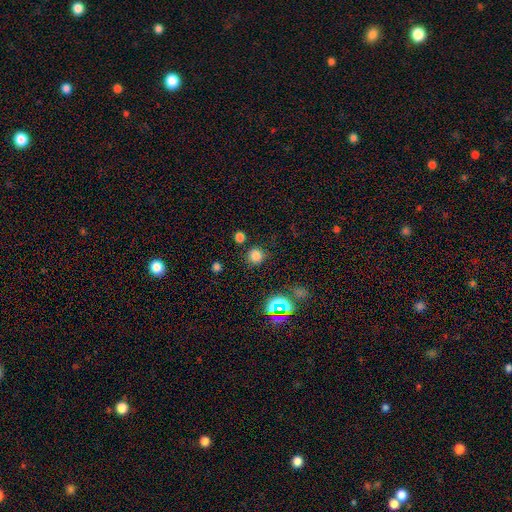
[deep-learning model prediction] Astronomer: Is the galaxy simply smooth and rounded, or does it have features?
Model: smooth — 75%.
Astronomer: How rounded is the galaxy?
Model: round — 92%.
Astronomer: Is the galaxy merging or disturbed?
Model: none — 85%.